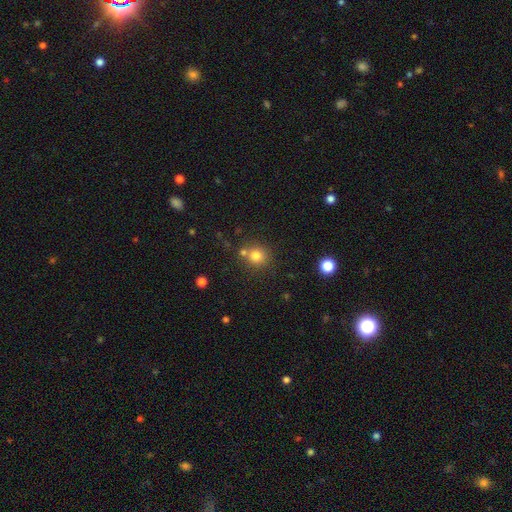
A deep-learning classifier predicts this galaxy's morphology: The model was most divided on "merging": none: 68%, merger: 19%, minor disturbance: 9%, major disturbance: 3%. More confident: how rounded — round (88%); smooth or featured — smooth (78%).